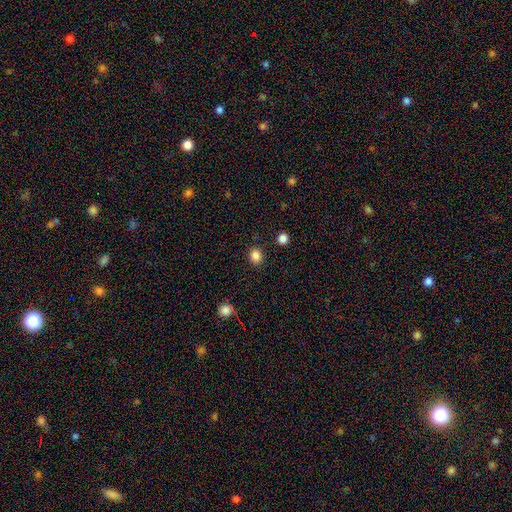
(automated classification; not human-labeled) This is clearly a smooth galaxy (86%). How rounded: likely round (61%). Merging: clearly none (88%).